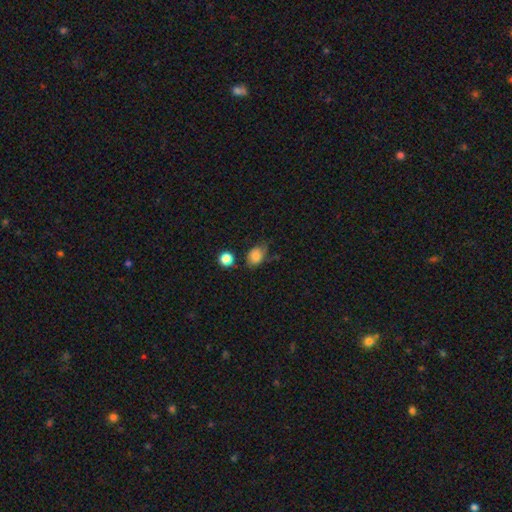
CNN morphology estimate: smooth_or_featured: smooth (p=0.78) [alt: star or artifact p=0.11]
how_rounded: in between (p=0.65) [alt: round p=0.34]
merging: none (p=0.53) [alt: minor disturbance p=0.32]